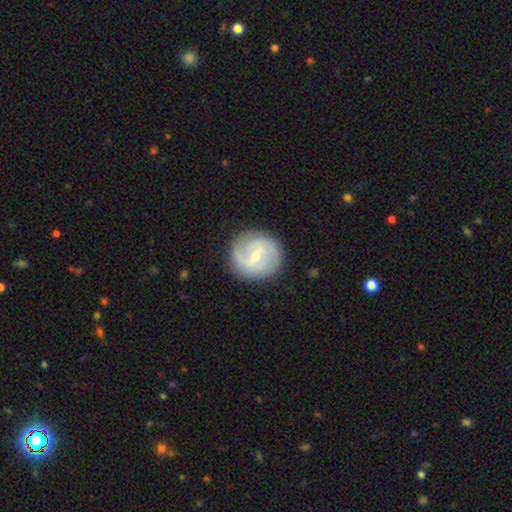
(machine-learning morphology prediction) Smooth or featured: featured or disk — 76% (smooth — 19%)
Edge-on disk: no — 97% (yes — 3%)
Bar: weak — 57% (strong — 25%)
Spiral arms: yes — 89% (no — 11%)
Spiral winding: medium — 44% (tight — 31%)
Spiral arm count: 2 — 70% (can't tell — 14%)
Bulge size: small — 69% (moderate — 26%)
Merging: none — 83% (minor disturbance — 11%)